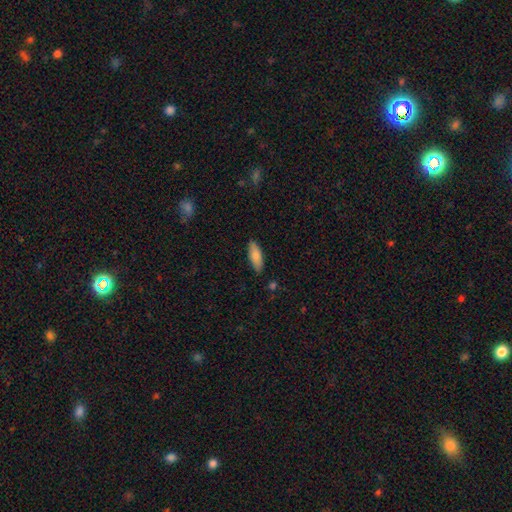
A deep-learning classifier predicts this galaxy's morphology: smooth_or_featured: smooth (p=0.79) [alt: featured or disk p=0.15]
how_rounded: in between (p=0.67) [alt: cigar-shaped p=0.31]
merging: none (p=0.86) [alt: minor disturbance p=0.10]